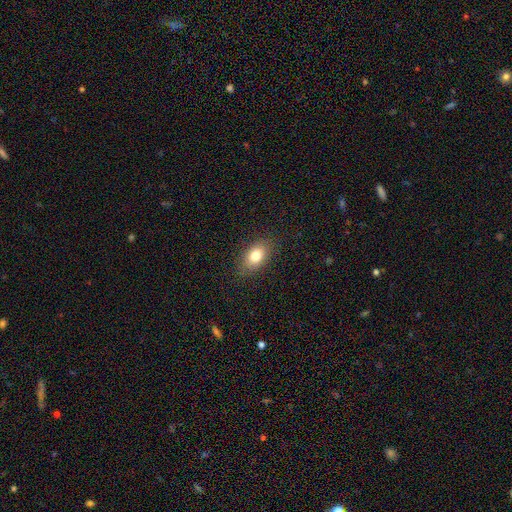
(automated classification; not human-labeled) Morphology: type=smooth (79%); roundness=in between (86%); merging=none (85%).